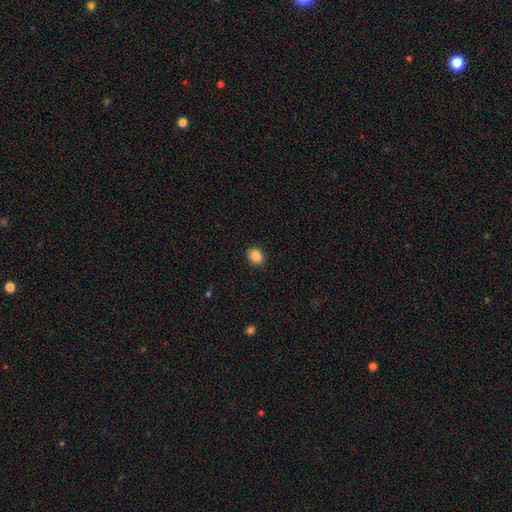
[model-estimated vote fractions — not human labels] Smooth or featured? Predicted: smooth (p=0.88). How rounded? Predicted: in between (p=0.60). Merging? Predicted: none (p=0.90).